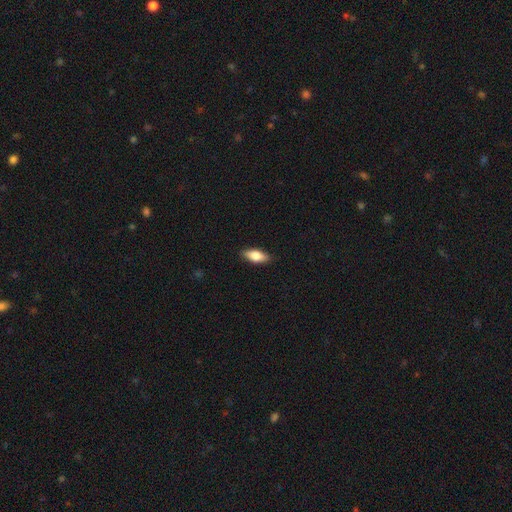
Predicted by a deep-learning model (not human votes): Smooth or featured? Predicted: smooth (p=0.73). How rounded? Predicted: in between (p=0.77). Merging? Predicted: none (p=0.88).